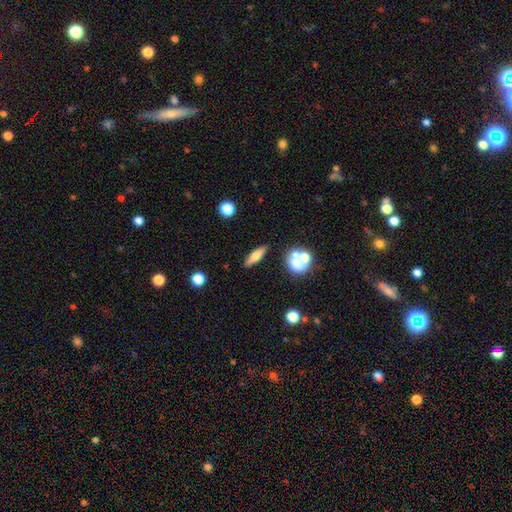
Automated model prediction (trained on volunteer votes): Smooth or featured?
  - smooth: 54% *
  - featured or disk: 38%
  - star or artifact: 8%
How rounded?
  - cigar-shaped: 57% *
  - in between: 38%
  - round: 5%
Merging?
  - none: 82% *
  - minor disturbance: 9%
  - merger: 6%
  - major disturbance: 3%